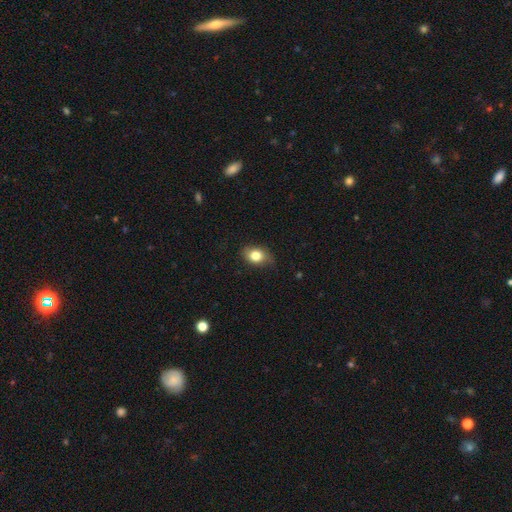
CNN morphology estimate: Smooth or featured? Predicted: smooth (p=0.80). How rounded? Predicted: in between (p=0.70). Merging? Predicted: none (p=0.74).